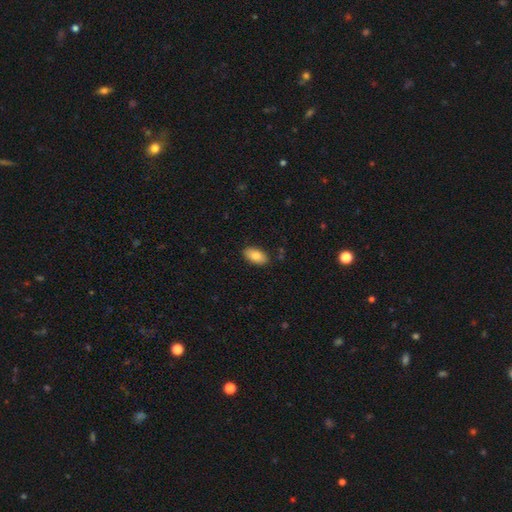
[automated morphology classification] smooth-or-featured: smooth: 82% | featured or disk: 11% | star or artifact: 7%
  how-rounded: in between: 93% | round: 4% | cigar-shaped: 3%
  merging: none: 87% | minor disturbance: 9% | major disturbance: 2% | merger: 1%